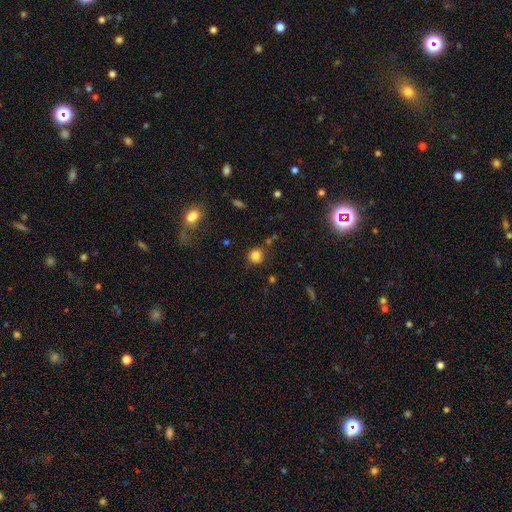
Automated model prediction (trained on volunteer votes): A smooth galaxy with no disk features (82%) that is round (88%).

Vote fractions:
- Smooth or featured? smooth: 82% / star or artifact: 13% / featured or disk: 6%
- How rounded? round: 88% / in between: 11% / cigar-shaped: 1%
- Merging? none: 76% / minor disturbance: 14% / merger: 5% / major disturbance: 4%